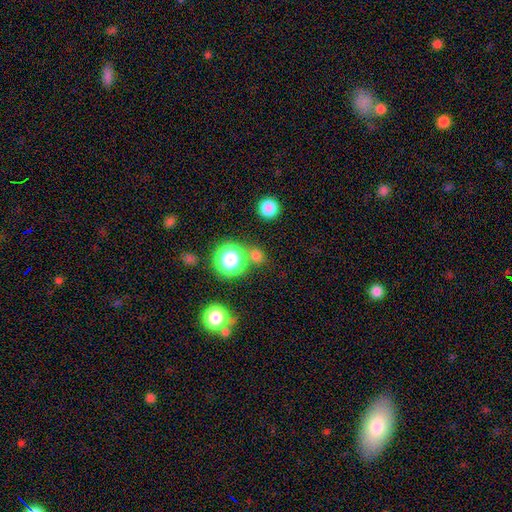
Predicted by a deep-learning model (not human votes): smooth-or-featured: smooth: 65% | star or artifact: 29% | featured or disk: 6%
  how-rounded: round: 86% | in between: 12% | cigar-shaped: 1%
  merging: none: 75% | merger: 13% | minor disturbance: 8% | major disturbance: 4%